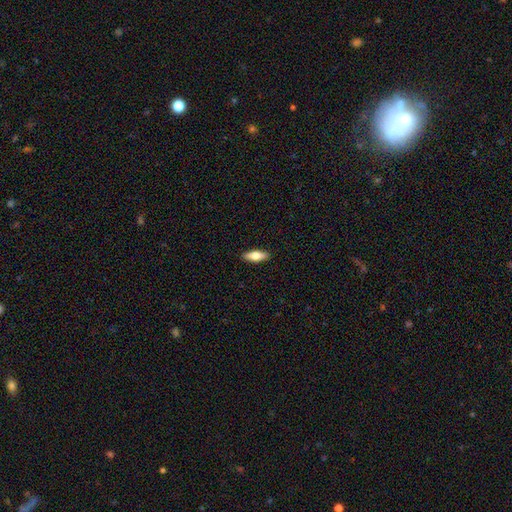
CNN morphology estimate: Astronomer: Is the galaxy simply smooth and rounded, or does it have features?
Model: smooth — 70%.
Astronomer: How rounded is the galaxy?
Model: in between — 66%.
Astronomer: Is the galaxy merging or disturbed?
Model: none — 90%.